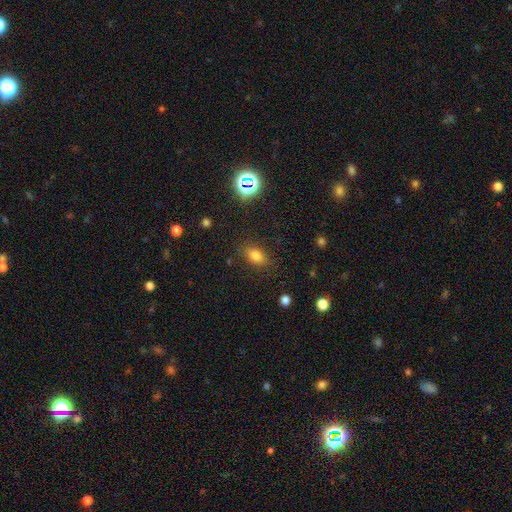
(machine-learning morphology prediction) Smooth or featured? Predicted: smooth (p=0.76). How rounded? Predicted: in between (p=0.82). Merging? Predicted: none (p=0.83).